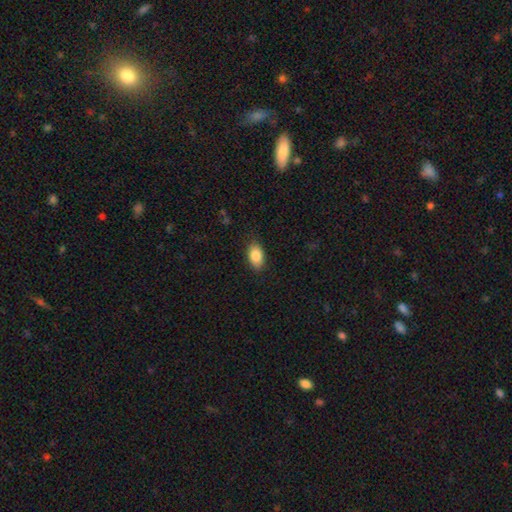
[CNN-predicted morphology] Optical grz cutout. It shows a smooth galaxy with no disk features (86%) that is in between round and cigar-shaped (91%). Merging: none (86%).